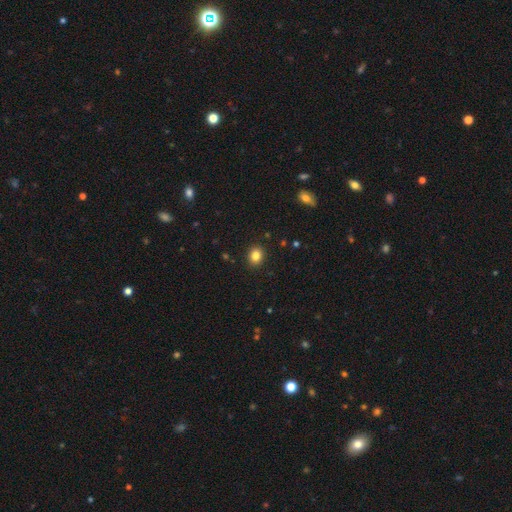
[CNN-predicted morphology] This appears to be a smooth galaxy with no disk features (84%) that is round (64%). Merging: none (91%).